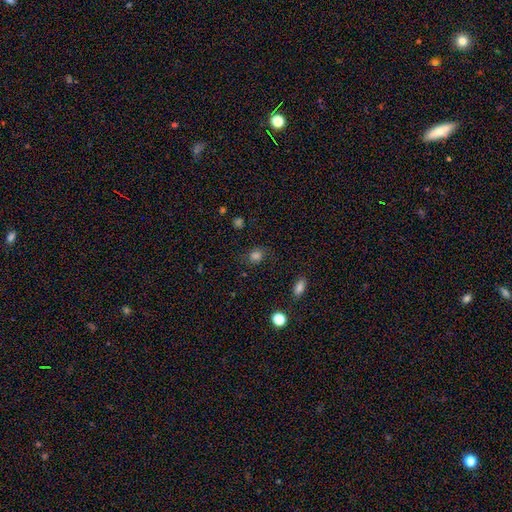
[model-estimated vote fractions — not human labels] Morphology: type=smooth (77%); roundness=round (62%); merging=none (75%).